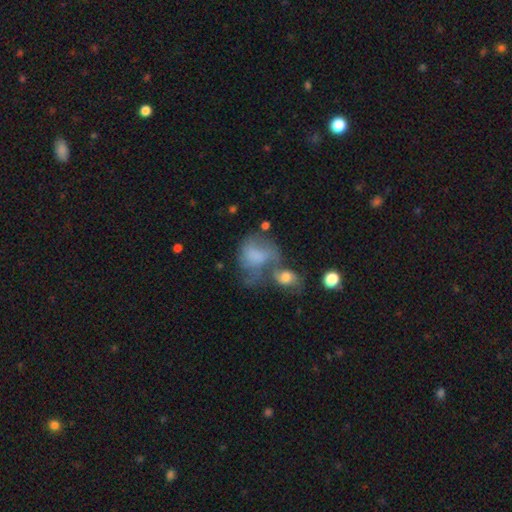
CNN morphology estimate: smooth 56%, featured or disk 34%, star or artifact 10%. Down the decision tree: how rounded — in between (58%); merging — merger (41%).